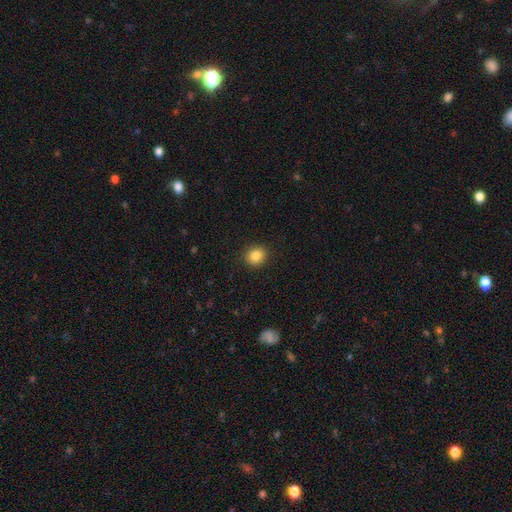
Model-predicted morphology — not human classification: smooth-or-featured: smooth: 85% | star or artifact: 10% | featured or disk: 5%
  how-rounded: round: 80% | in between: 19% | cigar-shaped: 1%
  merging: none: 91% | minor disturbance: 6% | major disturbance: 2% | merger: 1%